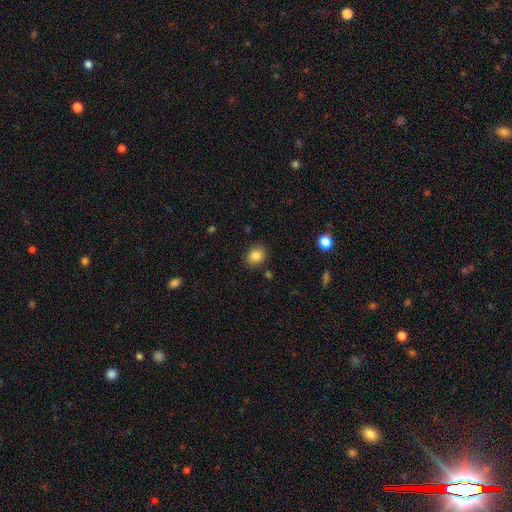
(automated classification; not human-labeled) smooth-or-featured: smooth: 85% | star or artifact: 10% | featured or disk: 5%
  how-rounded: round: 60% | in between: 39% | cigar-shaped: 1%
  merging: none: 86% | minor disturbance: 9% | major disturbance: 3% | merger: 2%